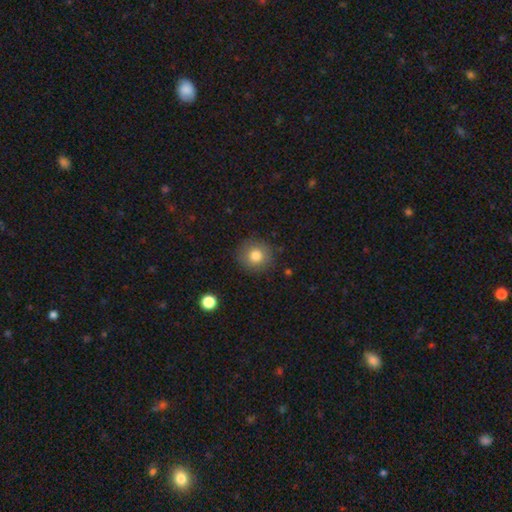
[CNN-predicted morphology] A smooth galaxy with no disk features (81%) that is round (91%).

Vote fractions:
- Smooth or featured? smooth: 81% / star or artifact: 10% / featured or disk: 9%
- How rounded? round: 91% / in between: 8% / cigar-shaped: 1%
- Merging? none: 88% / minor disturbance: 8% / major disturbance: 3% / merger: 1%